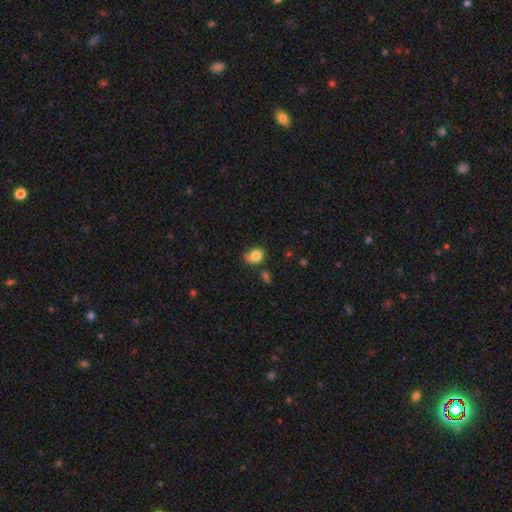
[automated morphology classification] The model was most divided on "merging": none: 52%, minor disturbance: 30%, major disturbance: 11%, merger: 7%. More confident: smooth or featured — smooth (81%); how rounded — round (66%).